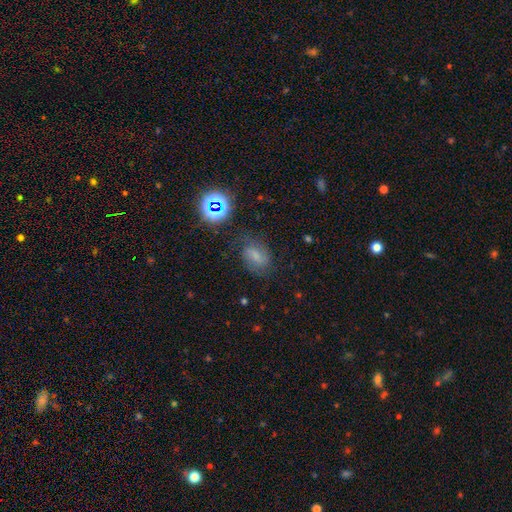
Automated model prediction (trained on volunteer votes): Smooth or featured: smooth — 45% (featured or disk — 33%)
Merging: none — 66% (minor disturbance — 21%)